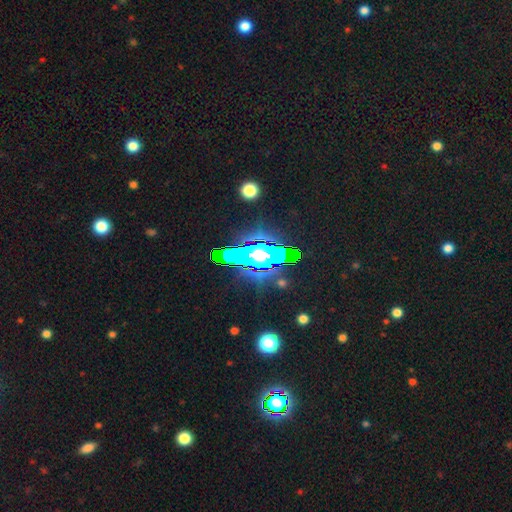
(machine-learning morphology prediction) Overall: star or artifact (77%).